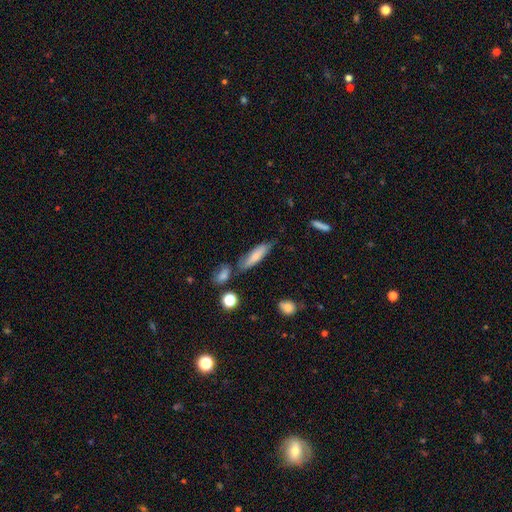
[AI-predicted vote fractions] This is likely a smooth galaxy (71%). How rounded: likely cigar-shaped (65%). Merging: likely none (65%).